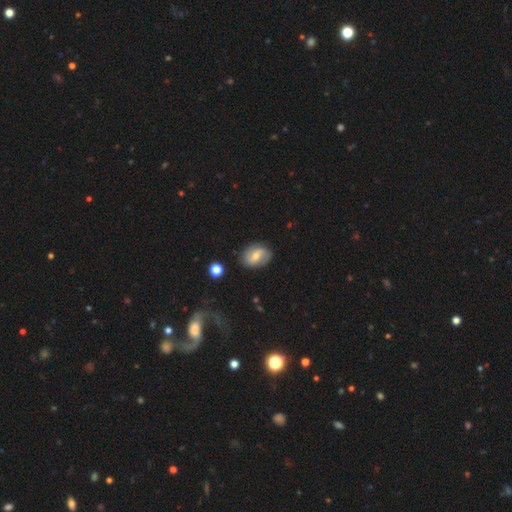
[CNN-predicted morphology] This is possibly a featured or disk galaxy (51%). It is clearly not viewed edge-on (96%). Merging: clearly none (81%).